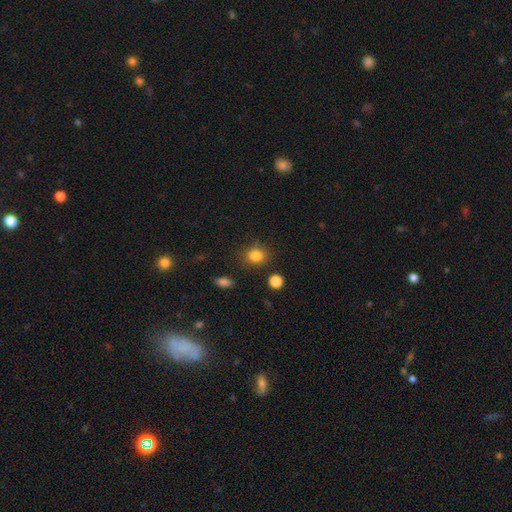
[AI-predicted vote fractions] Smooth or featured?
  - smooth: 84% *
  - star or artifact: 11%
  - featured or disk: 5%
How rounded?
  - round: 66% *
  - in between: 33%
  - cigar-shaped: 1%
Merging?
  - none: 82% *
  - minor disturbance: 11%
  - major disturbance: 4%
  - merger: 3%